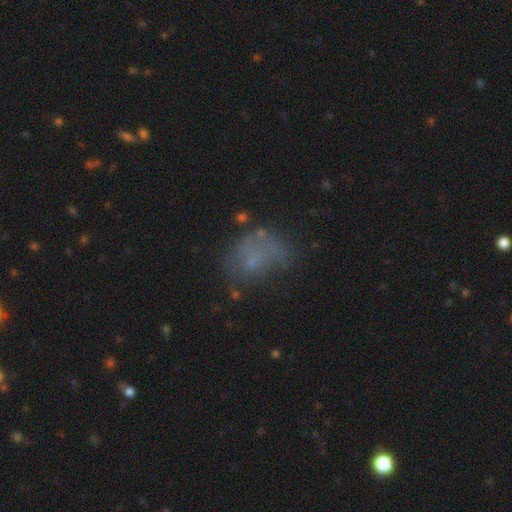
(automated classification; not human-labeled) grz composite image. It shows a smooth galaxy with no disk features (48%). Merging: none (41%).